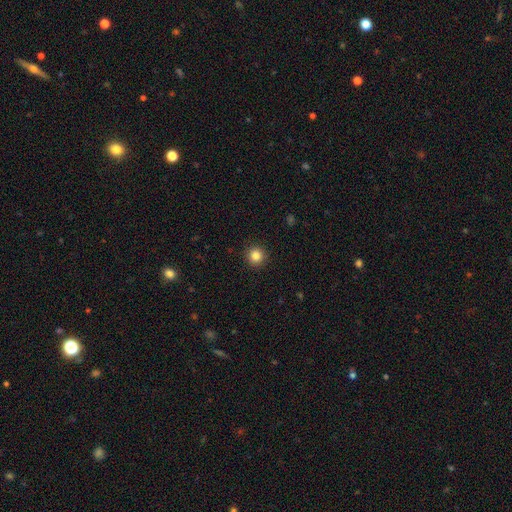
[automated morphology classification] smooth 84%, star or artifact 11%, featured or disk 4%. Down the decision tree: how rounded — round (95%); merging — none (93%).